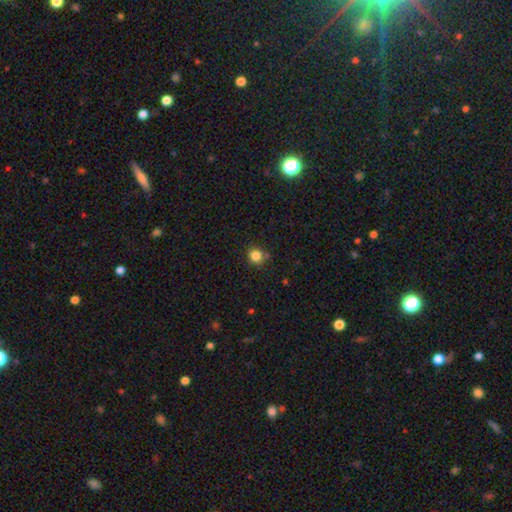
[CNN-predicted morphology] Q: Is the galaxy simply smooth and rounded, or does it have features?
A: smooth — 83%.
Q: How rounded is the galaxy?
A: round — 87%.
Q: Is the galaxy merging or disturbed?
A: none — 77%.